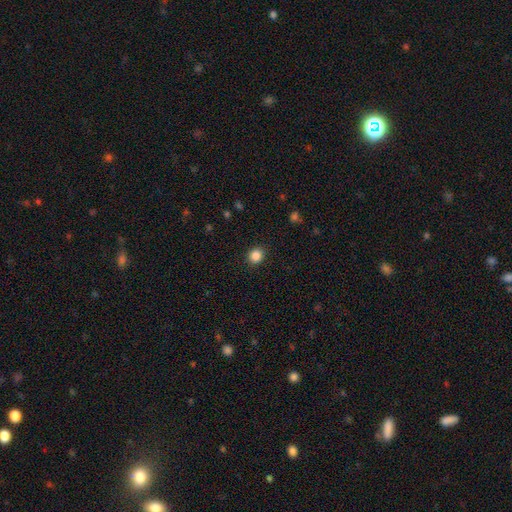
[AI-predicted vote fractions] Smooth or featured? smooth (86%)
How rounded? round (77%)
Merging? none (91%)